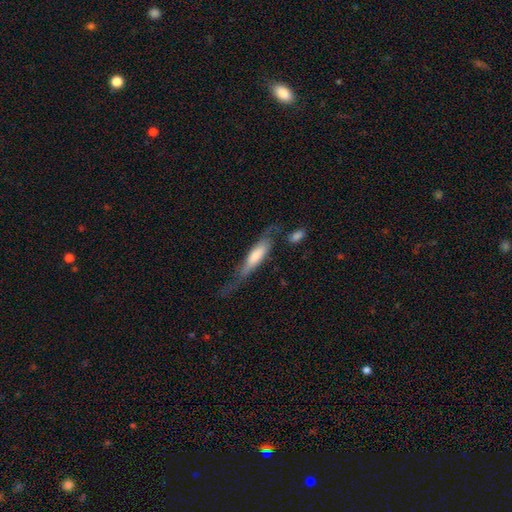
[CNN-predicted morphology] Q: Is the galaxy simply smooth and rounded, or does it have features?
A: smooth — 53%.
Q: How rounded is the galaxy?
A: cigar-shaped — 70%.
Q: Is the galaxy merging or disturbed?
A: none — 45%.